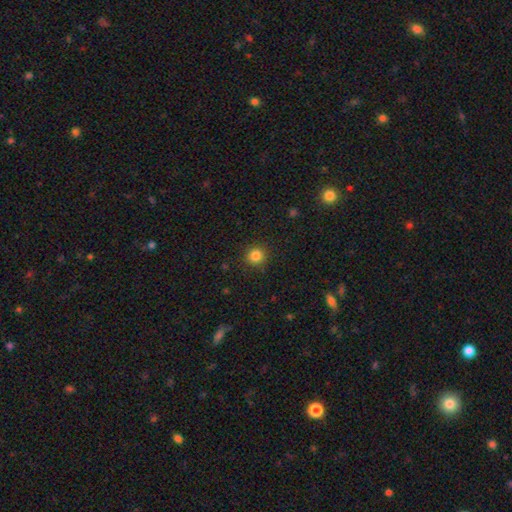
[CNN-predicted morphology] type=smooth (83%); roundness=round (94%); merging=none (91%).